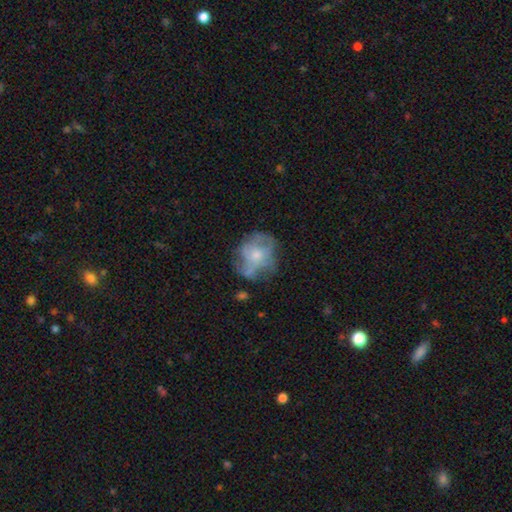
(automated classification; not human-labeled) A featured or disk galaxy (54%) with no bar (85%), no spiral arms (61%) and a moderate central bulge (49%).

Vote fractions:
- Smooth or featured? featured or disk: 54% / smooth: 37% / star or artifact: 9%
- Edge-on disk? no: 97% / yes: 3%
- Bar? no: 85% / weak: 13% / strong: 2%
- Spiral arms? no: 61% / yes: 39%
- Bulge size? moderate: 49% / small: 41% / none: 5% / large: 4% / dominant: 1%
- Merging? none: 53% / minor disturbance: 25% / major disturbance: 19% / merger: 3%